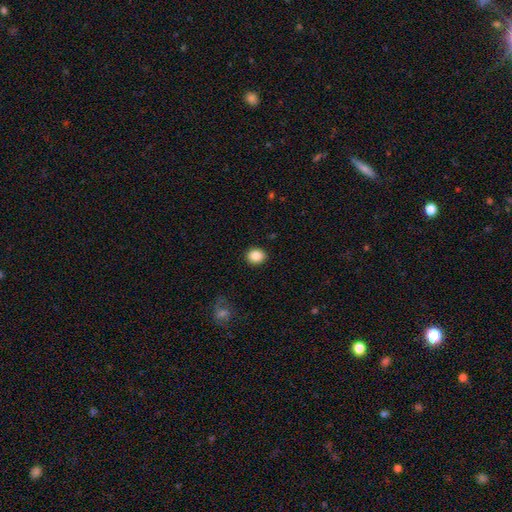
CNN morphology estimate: Smooth or featured?
  - smooth: 86% *
  - star or artifact: 9%
  - featured or disk: 5%
How rounded?
  - round: 68% *
  - in between: 32%
  - cigar-shaped: 1%
Merging?
  - none: 90% *
  - minor disturbance: 6%
  - major disturbance: 2%
  - merger: 1%